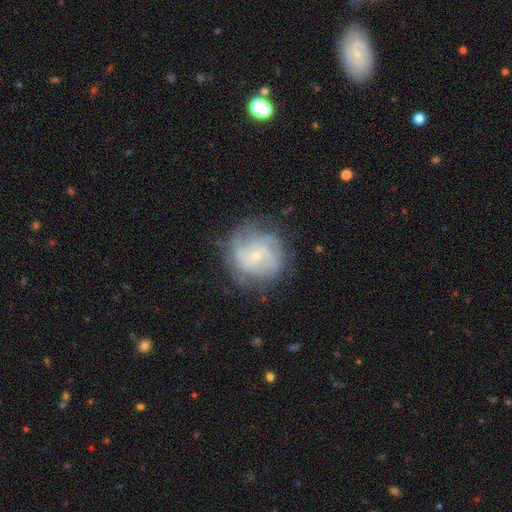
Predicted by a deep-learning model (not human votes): Morphology: type=featured or disk (73%); edge-on=no (98%); bar=no (68%); spiral arms=yes (86%); winding=tight (53%); arm count=can't tell (43%); bulge=small (77%); merging=none (69%).